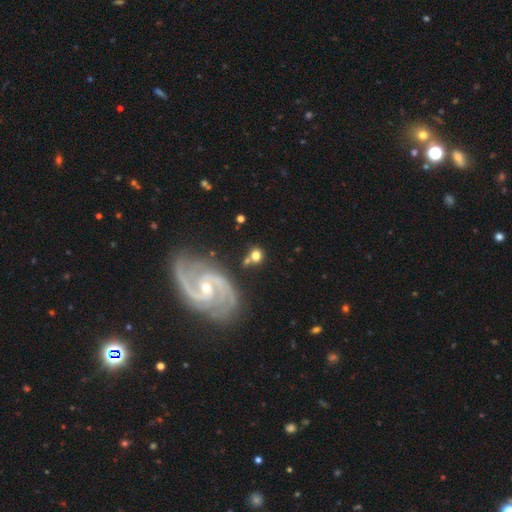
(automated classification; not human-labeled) smooth-or-featured: smooth: 53% | featured or disk: 37% | star or artifact: 11%
  how-rounded: round: 76% | in between: 22% | cigar-shaped: 2%
  merging: none: 68% | minor disturbance: 14% | merger: 12% | major disturbance: 6%